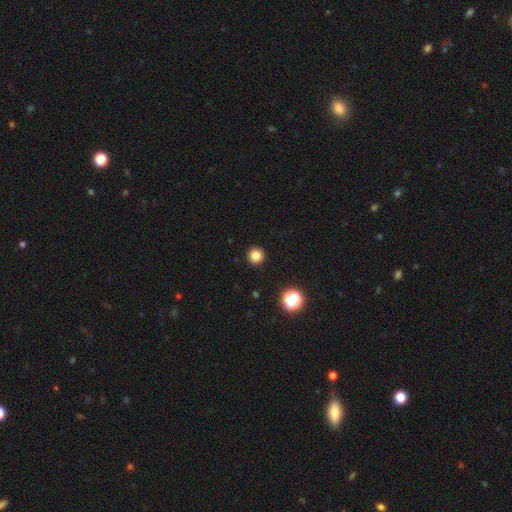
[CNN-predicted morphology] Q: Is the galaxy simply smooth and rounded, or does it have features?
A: smooth — 83%.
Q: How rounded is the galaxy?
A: round — 96%.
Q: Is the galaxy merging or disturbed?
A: none — 94%.